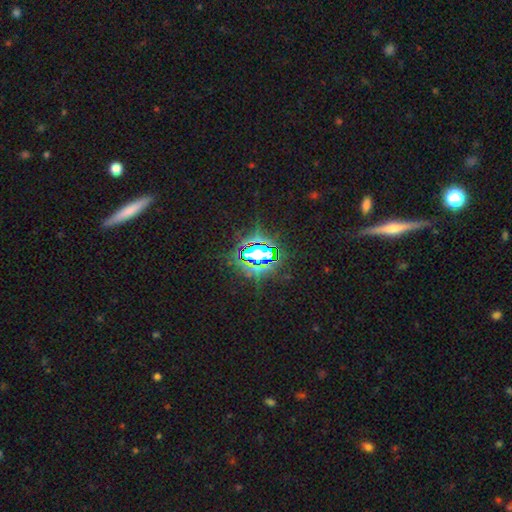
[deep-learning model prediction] A star or artifact, not a galaxy (71%).

Vote fractions:
- Smooth or featured? star or artifact: 71% / featured or disk: 15% / smooth: 14%